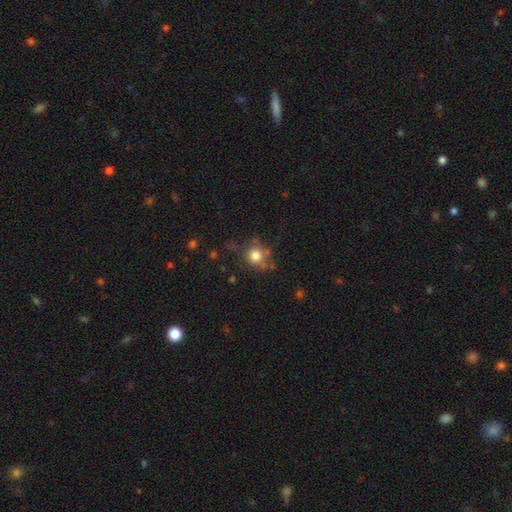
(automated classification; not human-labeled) smooth_or_featured: smooth (p=0.77) [alt: star or artifact p=0.12]
how_rounded: round (p=0.86) [alt: in between p=0.13]
merging: none (p=0.63) [alt: minor disturbance p=0.20]